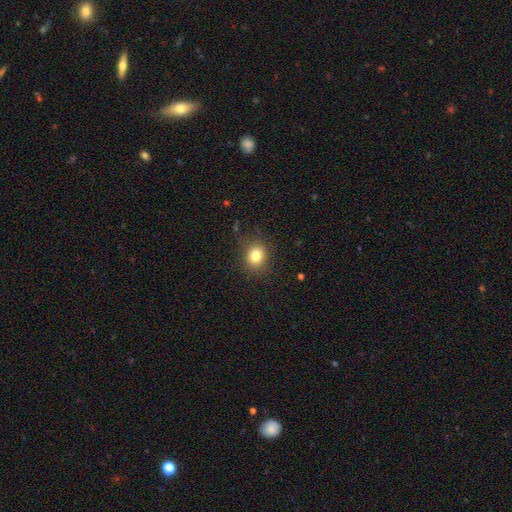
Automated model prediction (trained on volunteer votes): A smooth galaxy with no disk features (81%) that is round (68%). Merging: none (84%).